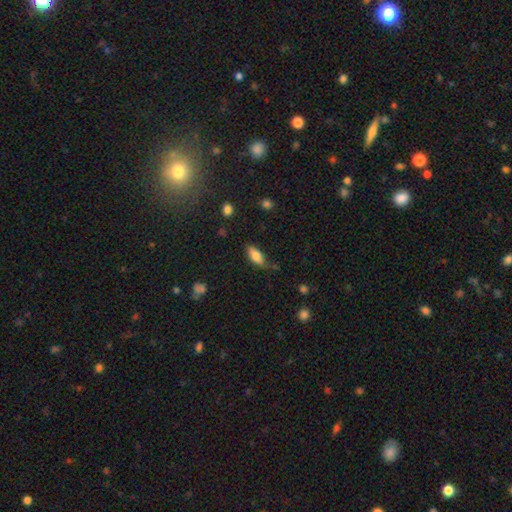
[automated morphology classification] Overall: smooth (78%). How rounded: in between (80%). Merging: none (58%; minor disturbance 30%).